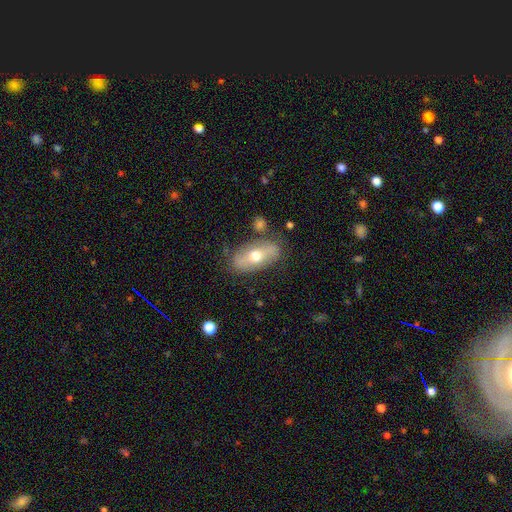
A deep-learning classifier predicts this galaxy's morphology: Smooth or featured?
  - featured or disk: 48% *
  - smooth: 45%
  - star or artifact: 7%
Merging?
  - none: 76% *
  - minor disturbance: 15%
  - major disturbance: 5%
  - merger: 4%